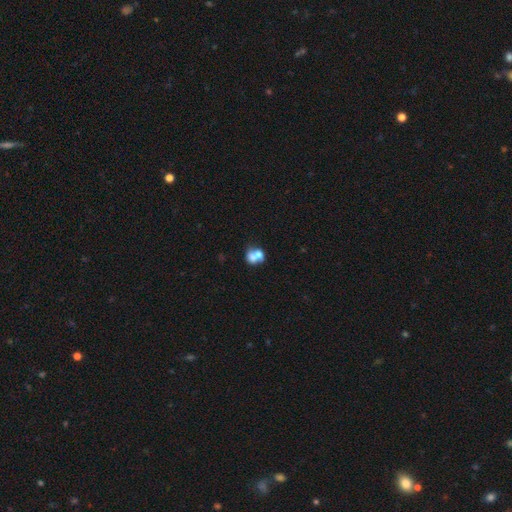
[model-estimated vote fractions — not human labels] smooth 64%, featured or disk 26%, star or artifact 9%. Down the decision tree: how rounded — round (54%); merging — merger (65%).